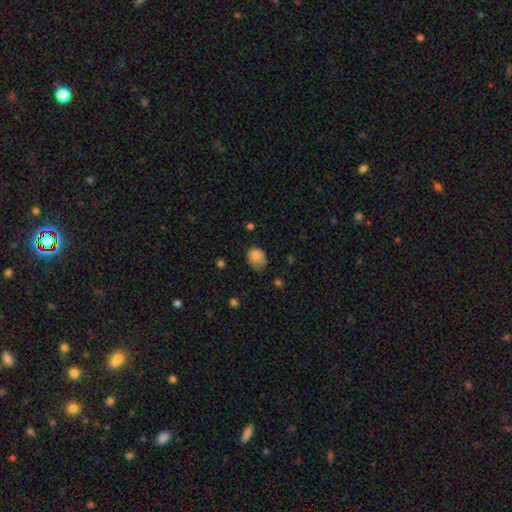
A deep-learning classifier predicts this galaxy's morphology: Q: Smooth or featured?
A: smooth (78%); runner-up: featured or disk (14%)
Q: How rounded?
A: in between (50%); runner-up: round (49%)
Q: Merging?
A: none (43%); runner-up: minor disturbance (39%)